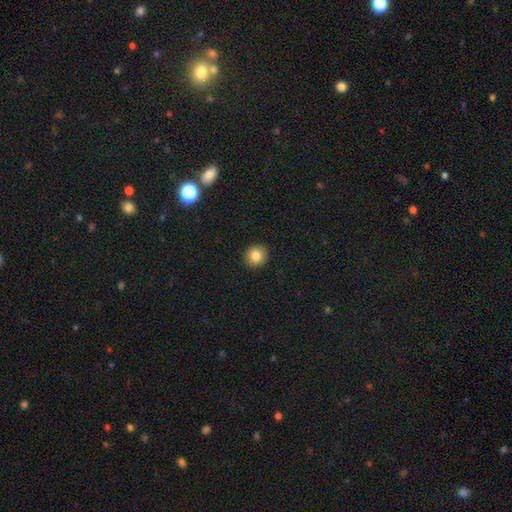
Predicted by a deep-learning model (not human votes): A smooth galaxy with no disk features (83%) that is round (86%). Merging: none (92%).